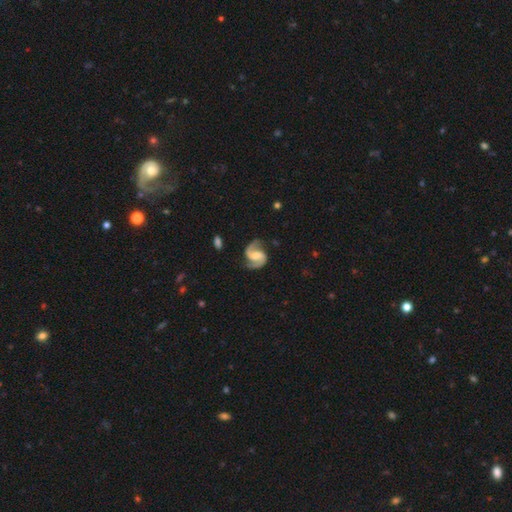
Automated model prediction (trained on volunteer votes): The model was most divided on "bulge size": moderate: 33%, none: 28%, small: 27%, large: 10%, dominant: 2%. Remaining: edge-on disk — no (98%); spiral arms — yes (98%); spiral arm count — 2 (94%); smooth or featured — featured or disk (91%); merging — none (78%); spiral winding — medium (58%); bar — weak (47%).